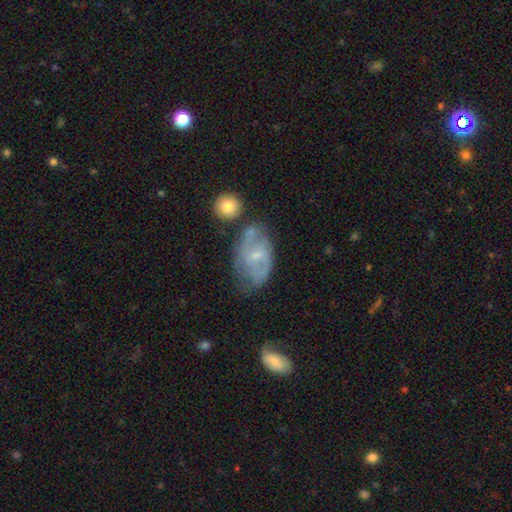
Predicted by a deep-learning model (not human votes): featured or disk 67%, smooth 26%, star or artifact 7%. Down the decision tree: edge-on disk — no (95%); bar — weak (49%); spiral arms — yes (77%); bulge size — small (63%); merging — none (51%).